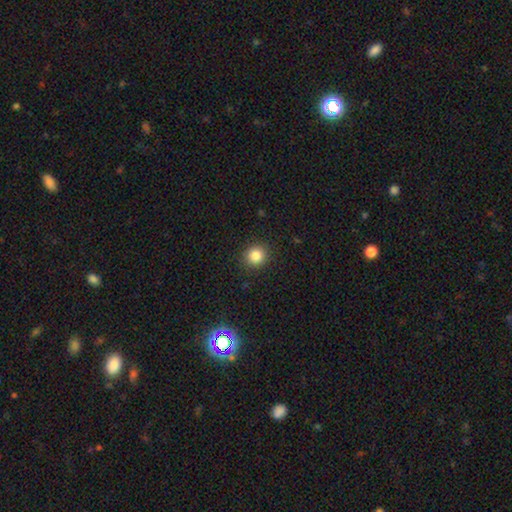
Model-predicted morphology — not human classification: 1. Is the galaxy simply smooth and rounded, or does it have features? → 84% smooth, 11% star or artifact, 5% featured or disk.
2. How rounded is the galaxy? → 89% round, 10% in between, 1% cigar-shaped.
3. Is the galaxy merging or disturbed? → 91% none, 6% minor disturbance, 2% major disturbance, 1% merger.